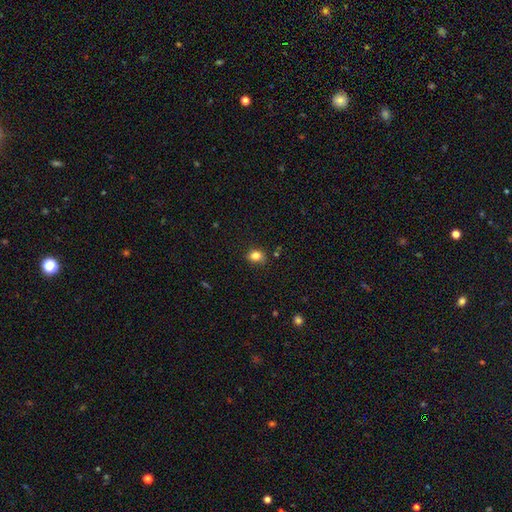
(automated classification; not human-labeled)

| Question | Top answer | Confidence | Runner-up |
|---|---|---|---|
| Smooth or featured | smooth | 83% | star or artifact (11%) |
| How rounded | round | 55% | in between (44%) |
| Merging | none | 78% | minor disturbance (17%) |